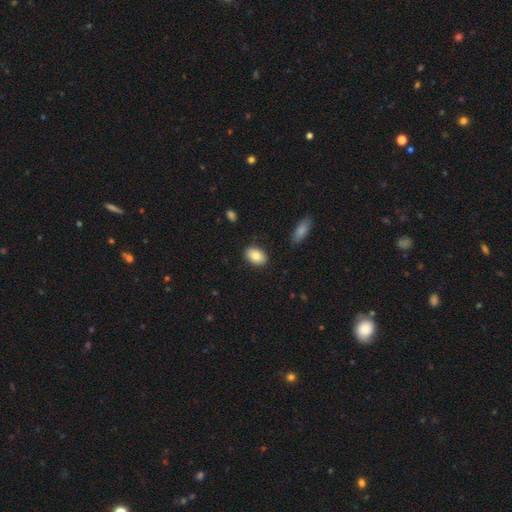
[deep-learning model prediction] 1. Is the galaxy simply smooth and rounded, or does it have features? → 82% smooth, 11% featured or disk, 7% star or artifact.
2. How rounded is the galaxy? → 86% in between, 13% round, 1% cigar-shaped.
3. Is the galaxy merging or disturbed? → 87% none, 10% minor disturbance, 2% major disturbance, 2% merger.